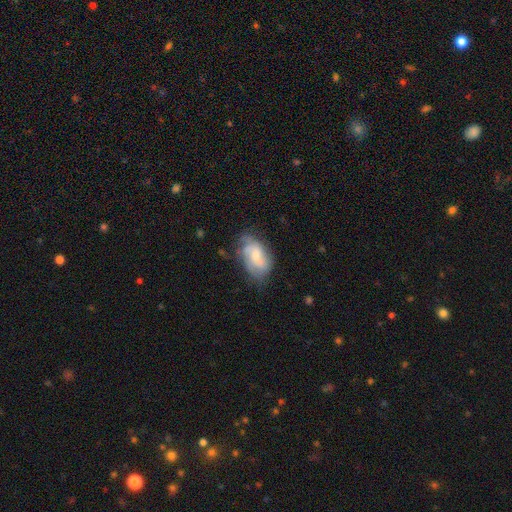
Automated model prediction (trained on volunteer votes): Smooth or featured: featured or disk — 58% (smooth — 34%)
Edge-on disk: no — 96% (yes — 4%)
Bar: no — 63% (weak — 32%)
Spiral arms: yes — 83% (no — 17%)
Bulge size: small — 44% (moderate — 43%)
Merging: none — 57% (minor disturbance — 27%)